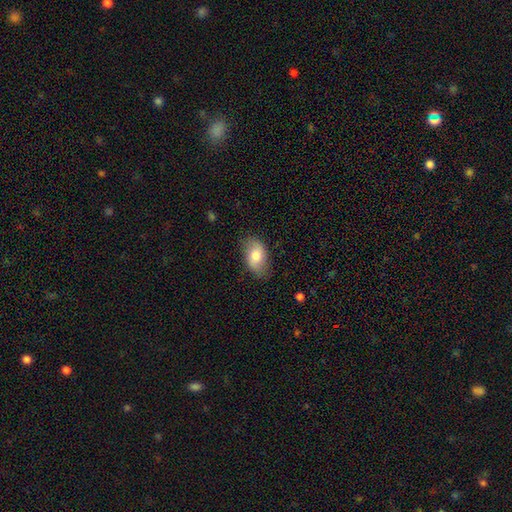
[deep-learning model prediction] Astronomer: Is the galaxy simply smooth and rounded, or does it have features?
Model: smooth — 74%.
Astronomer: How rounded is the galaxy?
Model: in between — 91%.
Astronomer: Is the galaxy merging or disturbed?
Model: none — 78%.